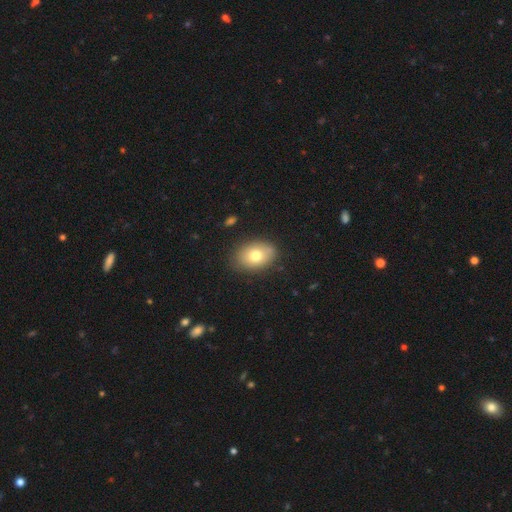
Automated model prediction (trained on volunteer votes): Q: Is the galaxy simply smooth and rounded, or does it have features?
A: smooth — 74%.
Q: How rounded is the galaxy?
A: in between — 78%.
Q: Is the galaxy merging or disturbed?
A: none — 83%.